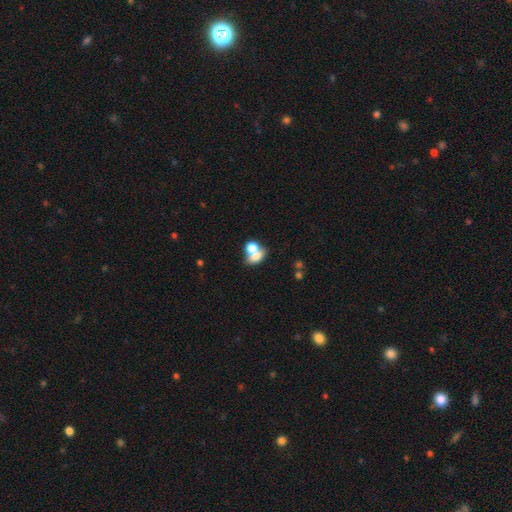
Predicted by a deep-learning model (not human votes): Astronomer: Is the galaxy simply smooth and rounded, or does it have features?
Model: smooth — 69%.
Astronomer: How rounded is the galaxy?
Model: in between — 58% (runner-up: round, 40%).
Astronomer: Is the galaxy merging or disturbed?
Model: merger — 61%.